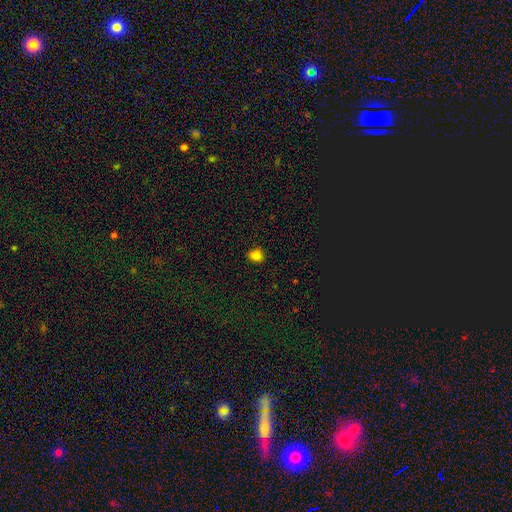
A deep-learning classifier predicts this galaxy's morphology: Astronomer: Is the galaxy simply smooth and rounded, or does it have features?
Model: smooth — 82%.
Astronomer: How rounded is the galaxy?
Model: round — 70%.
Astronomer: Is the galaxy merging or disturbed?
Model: none — 88%.